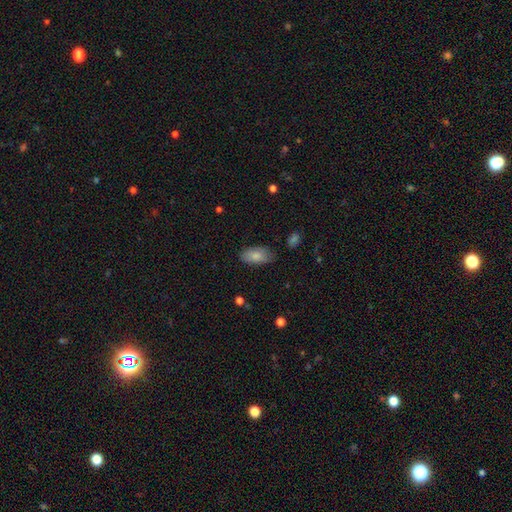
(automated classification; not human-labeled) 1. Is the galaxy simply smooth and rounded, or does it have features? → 82% smooth, 11% featured or disk, 6% star or artifact.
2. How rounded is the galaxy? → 93% in between, 4% cigar-shaped, 3% round.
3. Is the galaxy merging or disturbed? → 78% none, 18% minor disturbance, 3% major disturbance, 1% merger.